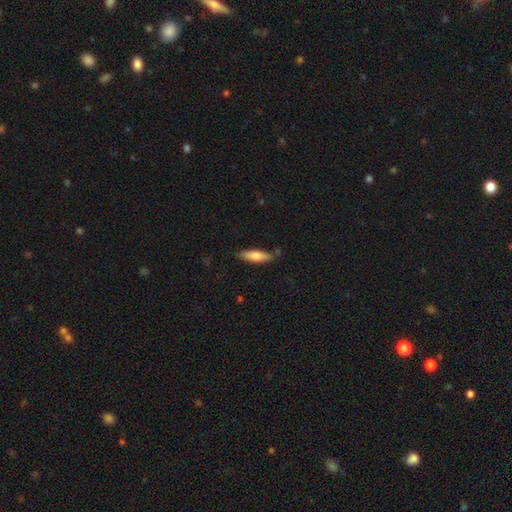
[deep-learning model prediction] Q: Smooth or featured?
A: smooth (73%); runner-up: featured or disk (21%)
Q: How rounded?
A: cigar-shaped (64%); runner-up: in between (34%)
Q: Merging?
A: none (79%); runner-up: minor disturbance (15%)